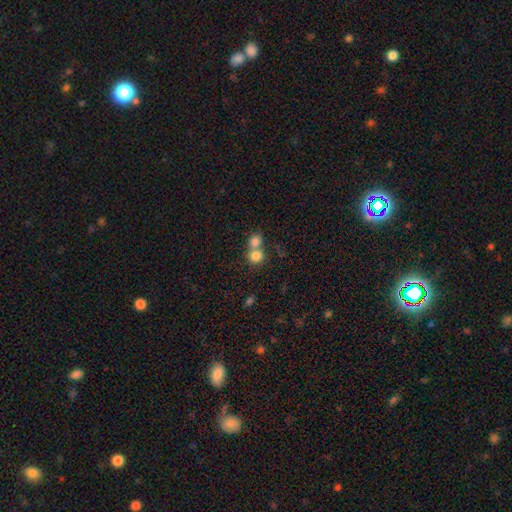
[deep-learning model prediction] Q: Smooth or featured?
A: smooth (80%); runner-up: star or artifact (11%)
Q: How rounded?
A: round (83%); runner-up: in between (16%)
Q: Merging?
A: merger (55%); runner-up: none (37%)